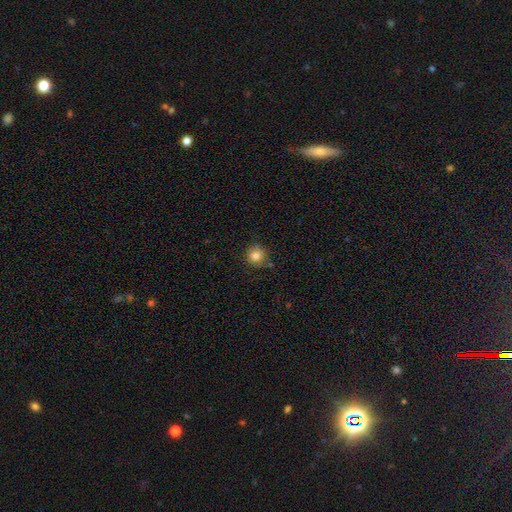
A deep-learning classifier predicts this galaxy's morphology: This appears to be a smooth galaxy with no disk features (83%) that is round (93%). Merging: none (81%).